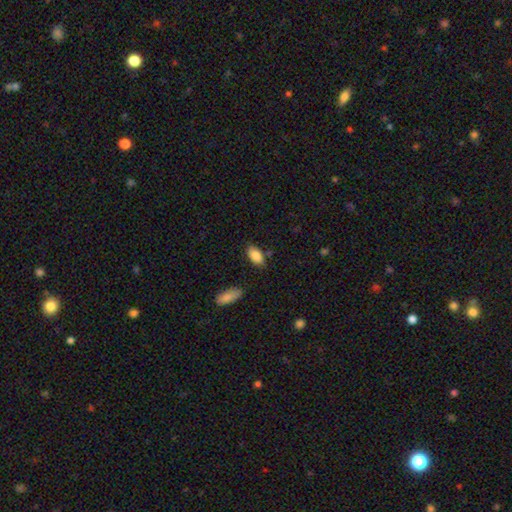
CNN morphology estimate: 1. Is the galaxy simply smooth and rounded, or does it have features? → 87% smooth, 7% star or artifact, 6% featured or disk.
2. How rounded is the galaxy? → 92% in between, 4% cigar-shaped, 3% round.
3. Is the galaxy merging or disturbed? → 79% none, 14% minor disturbance, 4% merger, 3% major disturbance.